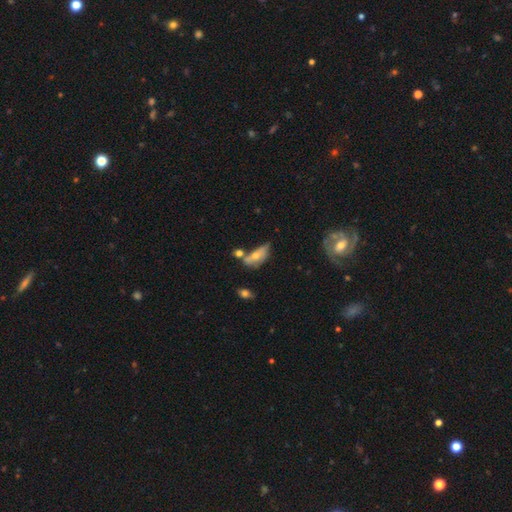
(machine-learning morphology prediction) Smooth or featured? smooth (59%)
How rounded? in between (78%)
Merging? none (32%)